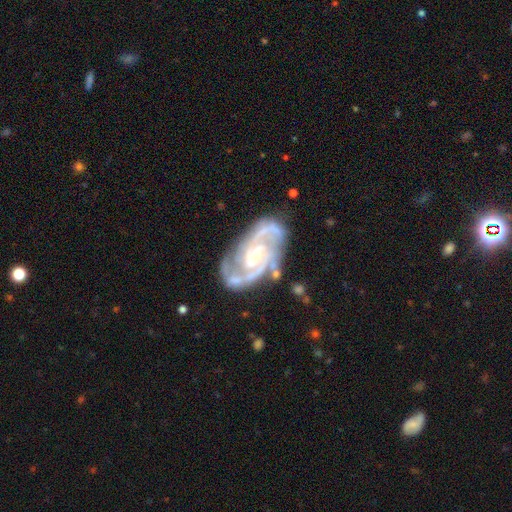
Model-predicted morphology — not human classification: The model was most divided on "bar": no: 43%, weak: 40%, strong: 17%. Remaining: spiral arms — yes (99%); edge-on disk — no (97%); smooth or featured — featured or disk (93%); merging — none (71%); bulge size — small (66%); spiral arm count — 2 (60%); spiral winding — medium (50%).